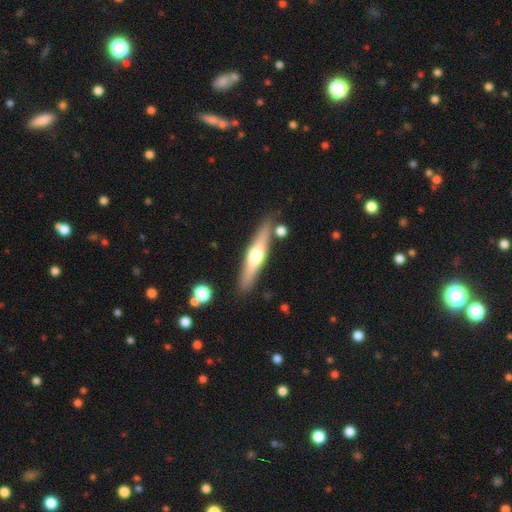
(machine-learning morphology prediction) Smooth or featured? featured or disk (58%)
Edge-on disk? yes (95%)
Edge-on bulge? rounded (91%)
Merging? none (83%)